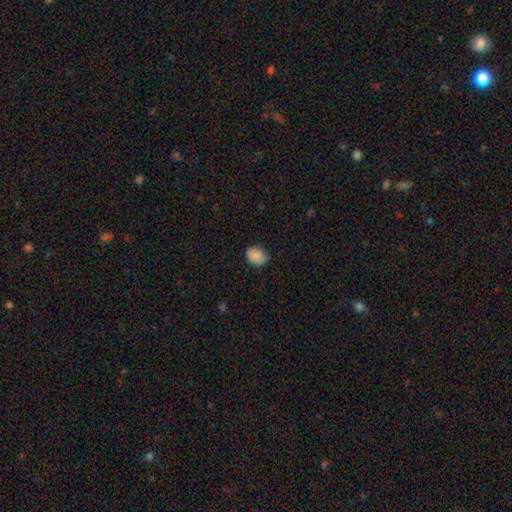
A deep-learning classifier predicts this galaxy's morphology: This is clearly a smooth galaxy (89%). How rounded: possibly in between (53%). Merging: clearly none (81%).